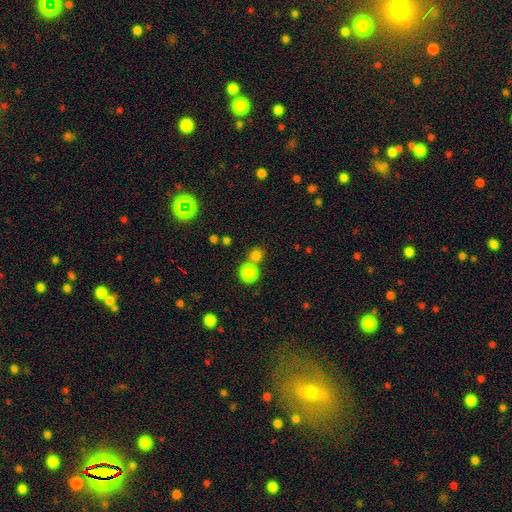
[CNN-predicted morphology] A smooth galaxy with no disk features (81%) that is round (86%).

Vote fractions:
- Smooth or featured? smooth: 81% / star or artifact: 14% / featured or disk: 5%
- How rounded? round: 86% / in between: 13% / cigar-shaped: 1%
- Merging? none: 57% / merger: 32% / minor disturbance: 7% / major disturbance: 3%